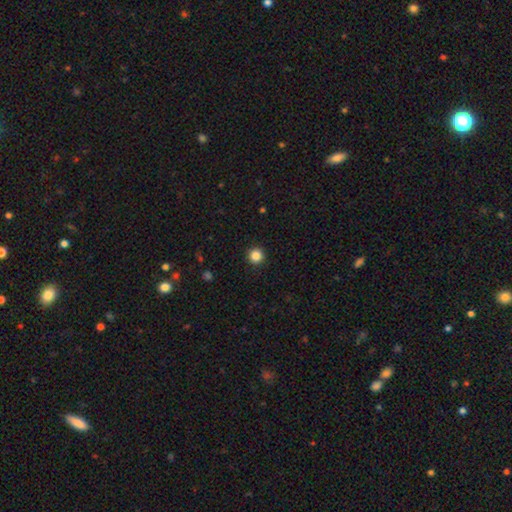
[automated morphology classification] The model was most divided on "smooth or featured": smooth: 86%, star or artifact: 11%, featured or disk: 3%. More confident: how rounded — round (96%); merging — none (93%).